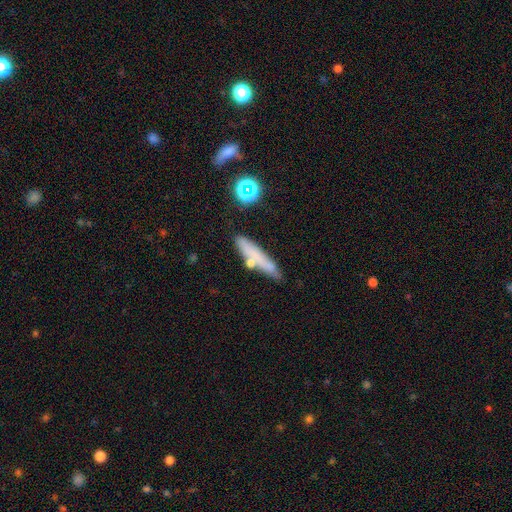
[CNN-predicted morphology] Smooth or featured: smooth — 60% (featured or disk — 27%)
How rounded: cigar-shaped — 85% (in between — 12%)
Merging: none — 68% (minor disturbance — 17%)